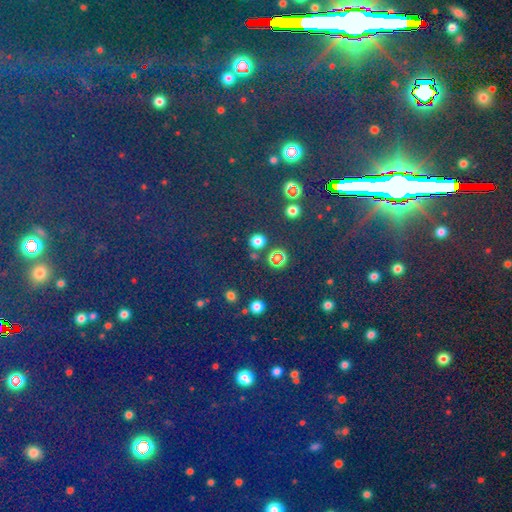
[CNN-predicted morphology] A star or artifact, not a galaxy (84%).

Vote fractions:
- Smooth or featured? star or artifact: 84% / smooth: 9% / featured or disk: 7%